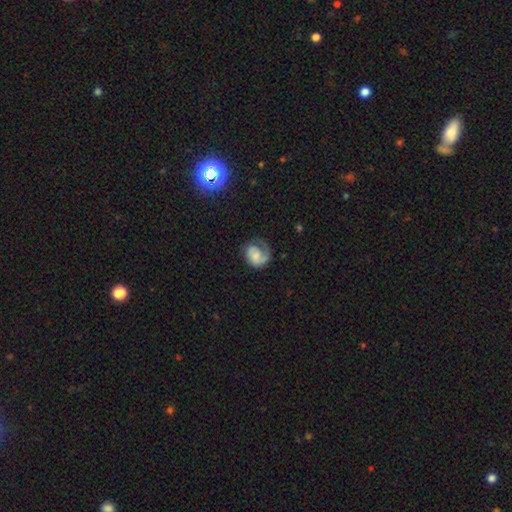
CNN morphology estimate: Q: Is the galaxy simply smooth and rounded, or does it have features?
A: featured or disk — 62%.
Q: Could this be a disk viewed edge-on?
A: no — 98%.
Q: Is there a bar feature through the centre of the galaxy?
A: no — 71%.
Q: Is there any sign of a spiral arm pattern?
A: yes — 89%.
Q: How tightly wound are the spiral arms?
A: tight — 42%.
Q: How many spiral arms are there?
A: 1 — 72%.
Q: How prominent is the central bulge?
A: small — 44%.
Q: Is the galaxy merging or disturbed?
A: none — 49%.